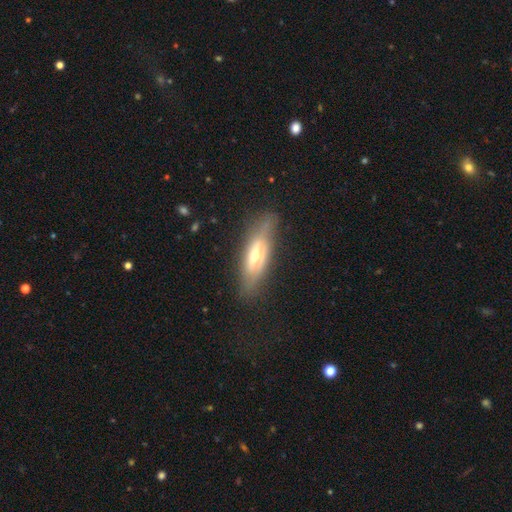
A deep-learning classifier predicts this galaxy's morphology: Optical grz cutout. It shows a featured or disk galaxy (61%) viewed edge-on (68%). Merging: none (74%).